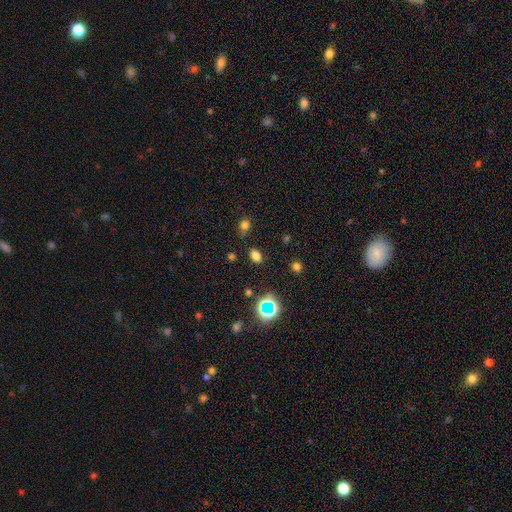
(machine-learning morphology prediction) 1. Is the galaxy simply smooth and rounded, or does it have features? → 73% smooth, 20% star or artifact, 6% featured or disk.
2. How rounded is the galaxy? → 81% in between, 17% round, 2% cigar-shaped.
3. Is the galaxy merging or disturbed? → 81% none, 13% minor disturbance, 4% major disturbance, 3% merger.